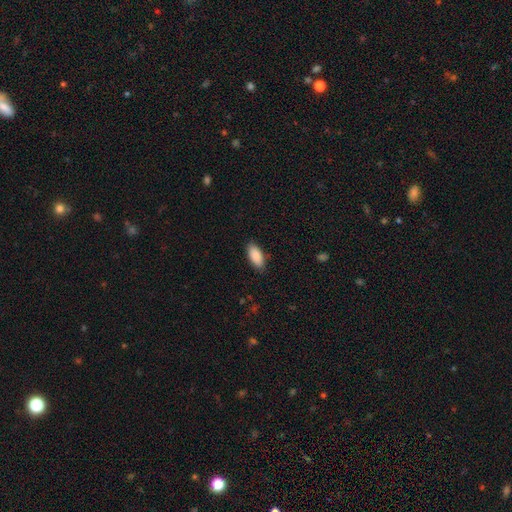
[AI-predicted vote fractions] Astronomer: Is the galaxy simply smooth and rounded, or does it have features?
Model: smooth — 90%.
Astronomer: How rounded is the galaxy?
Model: in between — 89%.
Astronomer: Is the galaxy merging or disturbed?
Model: none — 86%.